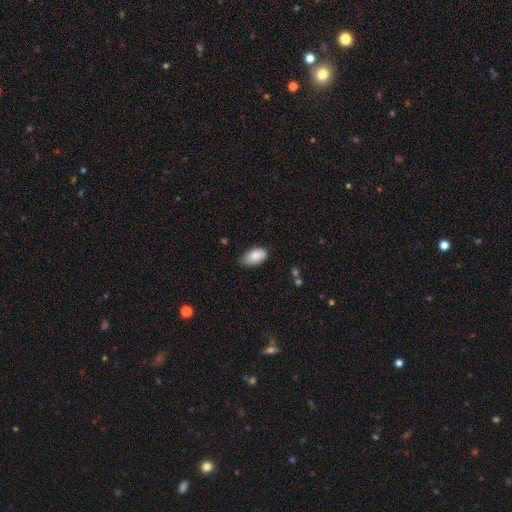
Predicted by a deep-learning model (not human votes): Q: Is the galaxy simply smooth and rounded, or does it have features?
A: smooth — 84%.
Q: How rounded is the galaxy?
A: in between — 94%.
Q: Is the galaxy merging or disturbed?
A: none — 63%.